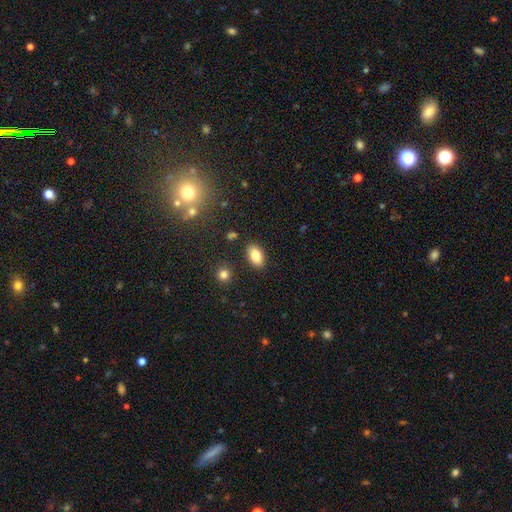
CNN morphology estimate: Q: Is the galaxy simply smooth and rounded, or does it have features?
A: smooth — 84%.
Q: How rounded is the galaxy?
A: in between — 91%.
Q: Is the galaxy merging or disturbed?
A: none — 86%.